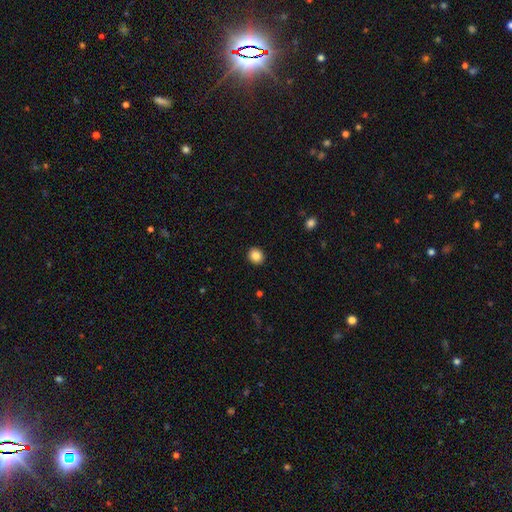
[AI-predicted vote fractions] The model was most divided on "how rounded": round: 78%, in between: 21%, cigar-shaped: 1%. More confident: merging — none (92%); smooth or featured — smooth (86%).